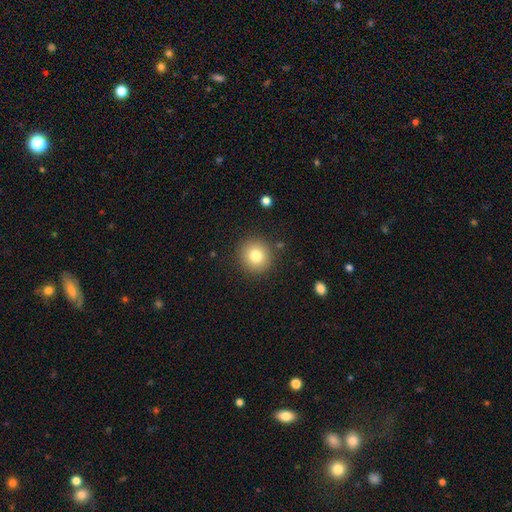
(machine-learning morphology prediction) A smooth galaxy with no disk features (80%) that is round (91%). Merging: none (88%).